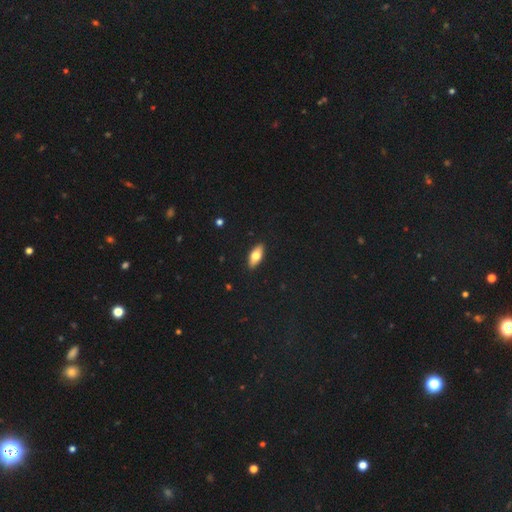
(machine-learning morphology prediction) This is likely a smooth galaxy (70%). How rounded: clearly in between (81%). Merging: clearly none (90%).